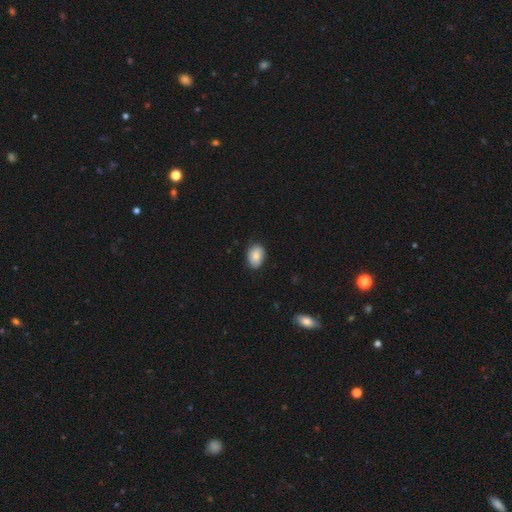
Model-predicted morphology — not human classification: This appears to be a smooth galaxy with no disk features (81%) that is in between round and cigar-shaped (82%). Merging: none (75%).